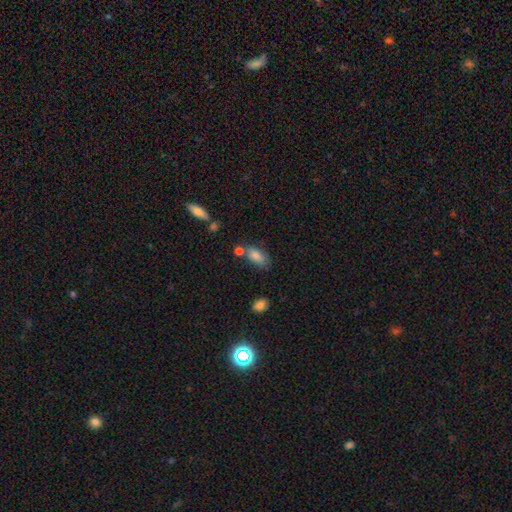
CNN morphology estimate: smooth 83%, featured or disk 8%, star or artifact 8%. Down the decision tree: how rounded — in between (88%); merging — none (59%).